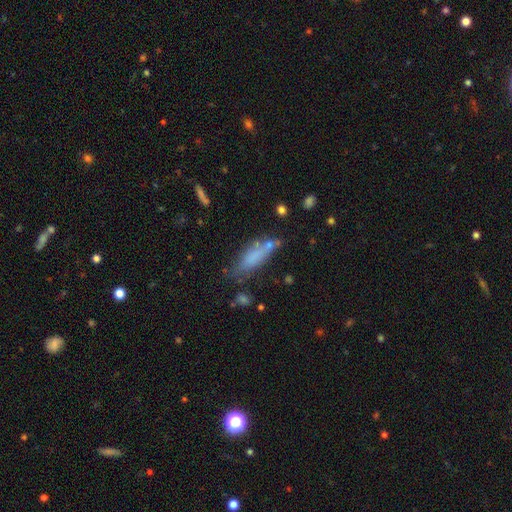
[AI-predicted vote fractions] Overall: smooth (69%). How rounded: cigar-shaped (53%; in between 45%). Merging: none (54%; minor disturbance 25%).